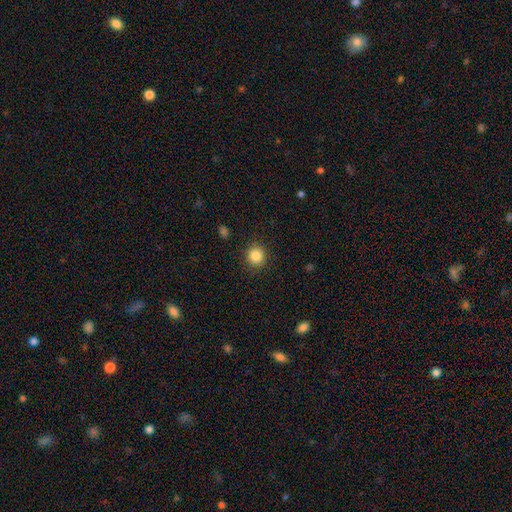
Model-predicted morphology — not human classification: Smooth or featured: smooth — 86% (star or artifact — 10%)
How rounded: round — 91% (in between — 8%)
Merging: none — 90% (minor disturbance — 7%)